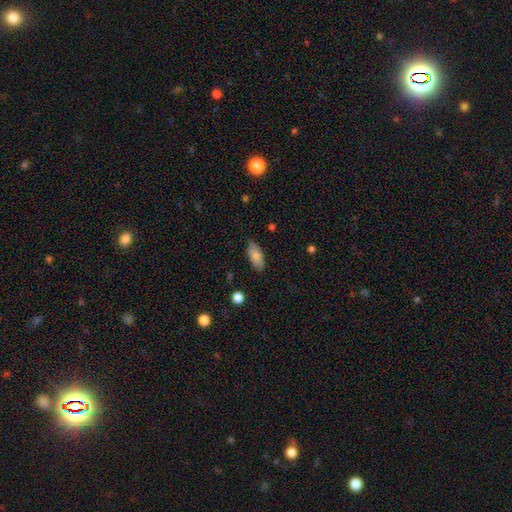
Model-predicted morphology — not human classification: The model was most divided on "smooth or featured": smooth: 80%, featured or disk: 13%, star or artifact: 7%. More confident: how rounded — in between (89%); merging — none (85%).